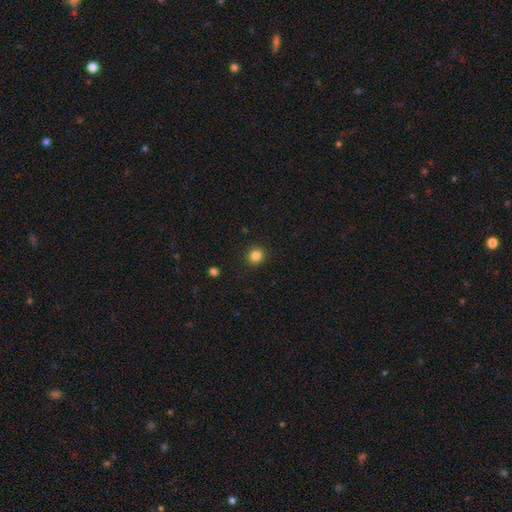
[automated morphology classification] A smooth galaxy with no disk features (84%) that is round (81%).

Vote fractions:
- Smooth or featured? smooth: 84% / star or artifact: 12% / featured or disk: 4%
- How rounded? round: 81% / in between: 18% / cigar-shaped: 1%
- Merging? none: 90% / minor disturbance: 7% / major disturbance: 2% / merger: 1%